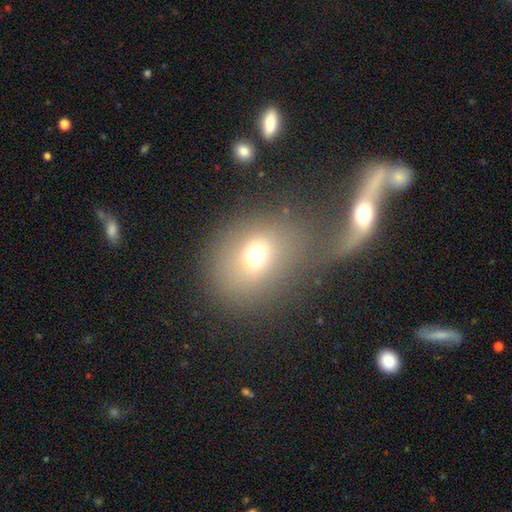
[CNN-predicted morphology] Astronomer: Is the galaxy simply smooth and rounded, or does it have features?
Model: smooth — 68%.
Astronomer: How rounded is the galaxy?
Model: round — 51% (runner-up: in between, 47%).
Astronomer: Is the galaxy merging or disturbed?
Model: none — 46% (runner-up: merger, 27%).